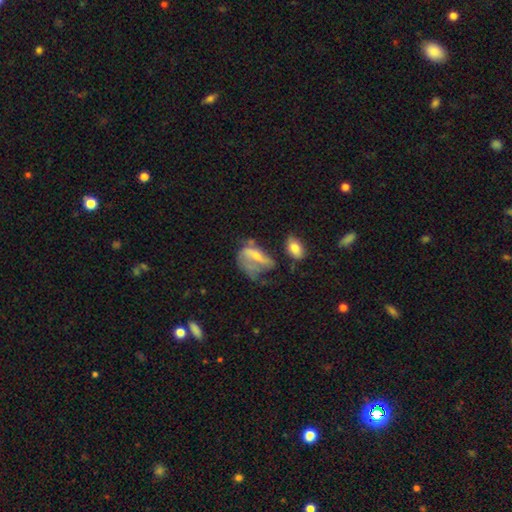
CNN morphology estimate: Q: Smooth or featured?
A: featured or disk (52%); runner-up: smooth (38%)
Q: Edge-on disk?
A: no (90%); runner-up: yes (10%)
Q: Merging?
A: major disturbance (41%); runner-up: none (26%)